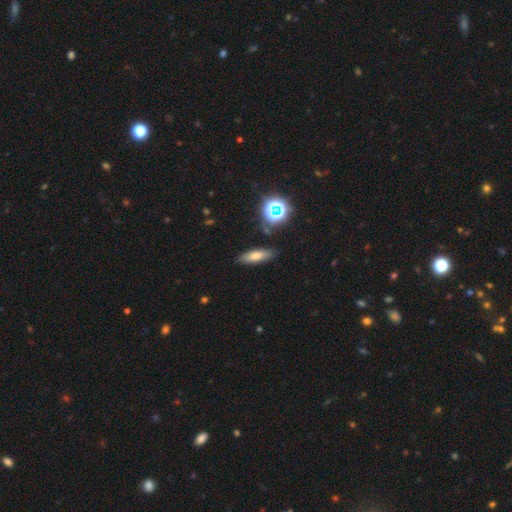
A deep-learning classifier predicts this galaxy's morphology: This is likely a smooth galaxy (67%). How rounded: possibly in between (48%). Merging: clearly none (84%).